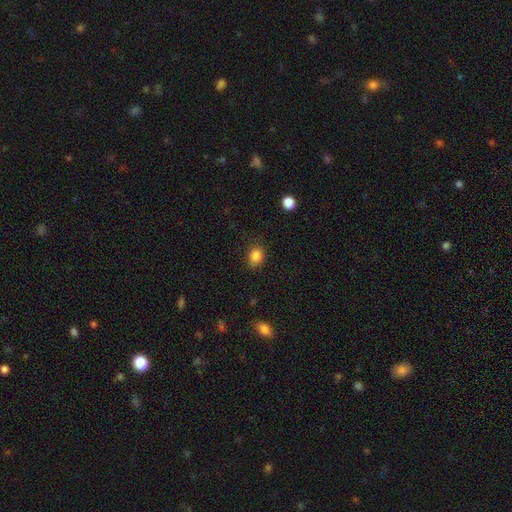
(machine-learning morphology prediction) This appears to be a smooth galaxy with no disk features (85%) that is in between round and cigar-shaped (56%). Merging: none (80%).